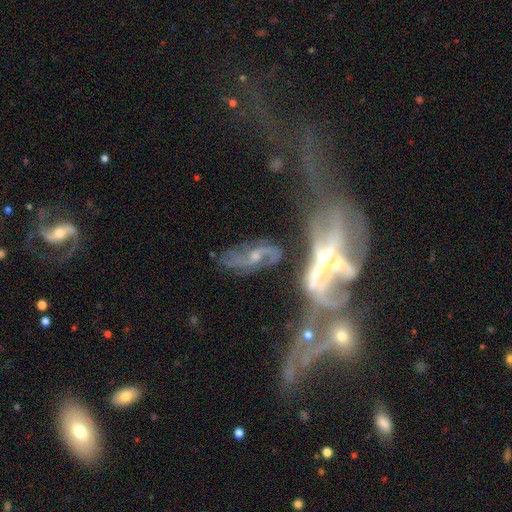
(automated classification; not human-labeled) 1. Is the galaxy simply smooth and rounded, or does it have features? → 73% featured or disk, 14% star or artifact, 13% smooth.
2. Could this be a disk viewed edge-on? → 89% no, 11% yes.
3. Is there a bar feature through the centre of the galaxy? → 56% no, 30% weak, 14% strong.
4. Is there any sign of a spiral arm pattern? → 71% yes, 29% no.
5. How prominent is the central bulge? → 40% small, 37% moderate, 18% none, 3% large, 2% dominant.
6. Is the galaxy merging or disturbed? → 36% merger, 28% none, 23% major disturbance, 14% minor disturbance.